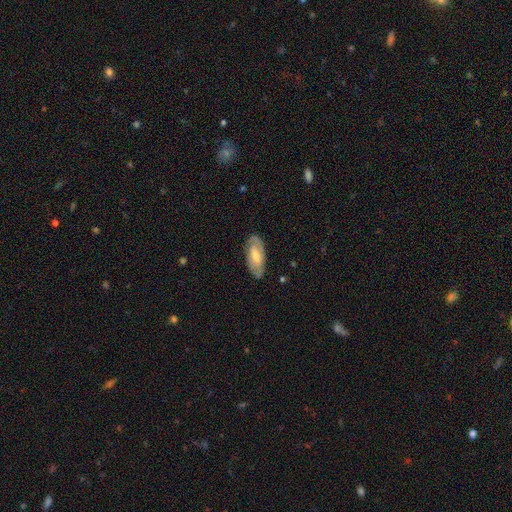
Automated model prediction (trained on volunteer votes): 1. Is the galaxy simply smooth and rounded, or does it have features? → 59% featured or disk, 35% smooth, 6% star or artifact.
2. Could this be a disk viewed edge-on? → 88% no, 12% yes.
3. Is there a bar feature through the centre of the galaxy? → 44% weak, 37% no, 19% strong.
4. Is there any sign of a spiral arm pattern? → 72% yes, 28% no.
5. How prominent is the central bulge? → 50% moderate, 34% small, 10% large, 5% none, 1% dominant.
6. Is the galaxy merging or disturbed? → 82% none, 13% minor disturbance, 3% major disturbance, 1% merger.